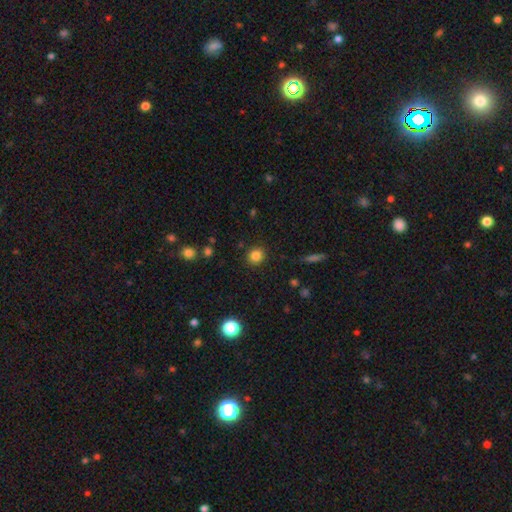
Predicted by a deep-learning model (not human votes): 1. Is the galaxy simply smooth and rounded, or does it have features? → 83% smooth, 12% star or artifact, 5% featured or disk.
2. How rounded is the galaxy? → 87% round, 12% in between, 1% cigar-shaped.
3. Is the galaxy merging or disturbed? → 89% none, 7% minor disturbance, 2% major disturbance, 2% merger.